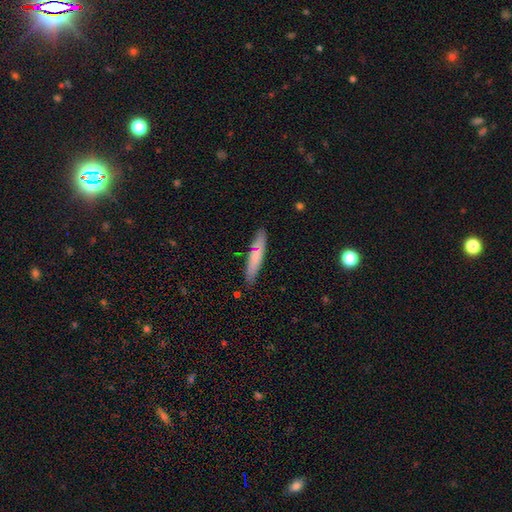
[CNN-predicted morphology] Smooth or featured?
  - smooth: 69% *
  - featured or disk: 24%
  - star or artifact: 7%
How rounded?
  - cigar-shaped: 88% *
  - in between: 11%
  - round: 1%
Merging?
  - none: 84% *
  - minor disturbance: 12%
  - merger: 2%
  - major disturbance: 2%